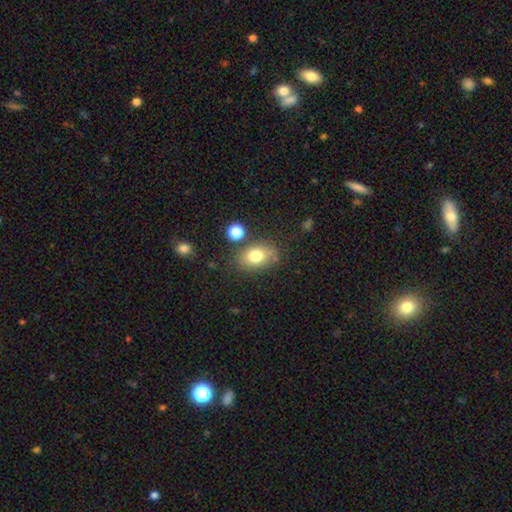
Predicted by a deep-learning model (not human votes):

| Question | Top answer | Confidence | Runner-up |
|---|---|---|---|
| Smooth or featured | smooth | 78% | featured or disk (12%) |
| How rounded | in between | 74% | round (24%) |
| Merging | none | 71% | minor disturbance (15%) |